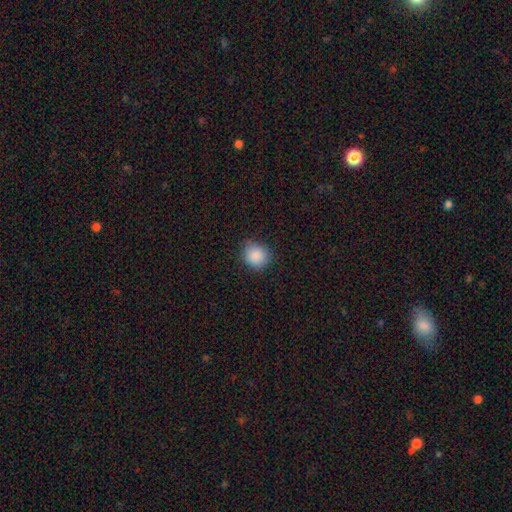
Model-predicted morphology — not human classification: A smooth galaxy with no disk features (88%) that is round (81%).

Vote fractions:
- Smooth or featured? smooth: 88% / star or artifact: 9% / featured or disk: 3%
- How rounded? round: 81% / in between: 18% / cigar-shaped: 1%
- Merging? none: 81% / minor disturbance: 15% / major disturbance: 3% / merger: 1%